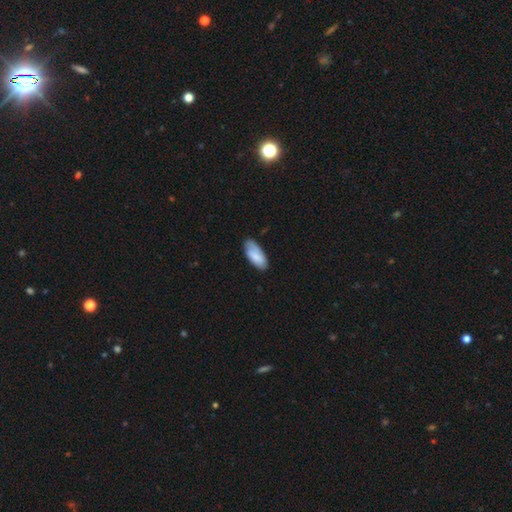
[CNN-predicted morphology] A smooth galaxy with no disk features (80%) that is in between round and cigar-shaped (89%). Merging: none (70%).